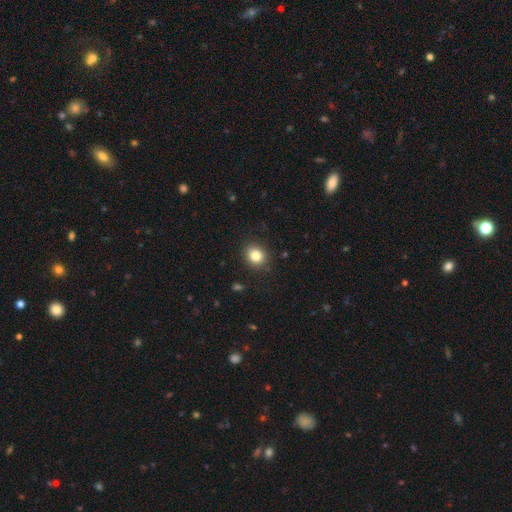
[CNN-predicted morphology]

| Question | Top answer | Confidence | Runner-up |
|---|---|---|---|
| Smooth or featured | smooth | 83% | star or artifact (10%) |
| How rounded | round | 68% | in between (32%) |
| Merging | none | 88% | minor disturbance (9%) |